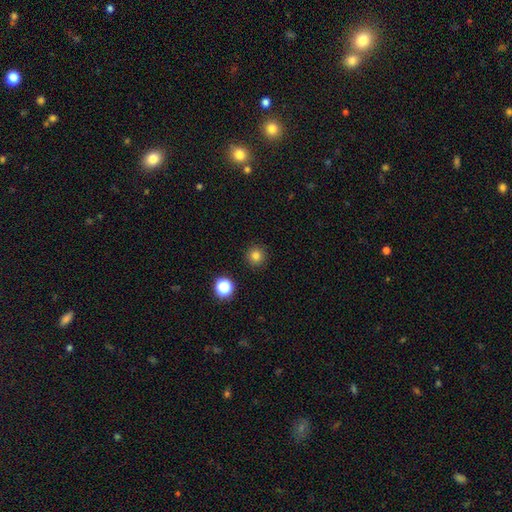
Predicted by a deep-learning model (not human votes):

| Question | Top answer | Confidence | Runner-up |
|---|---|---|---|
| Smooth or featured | smooth | 79% | star or artifact (15%) |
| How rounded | round | 95% | in between (4%) |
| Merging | none | 91% | minor disturbance (5%) |